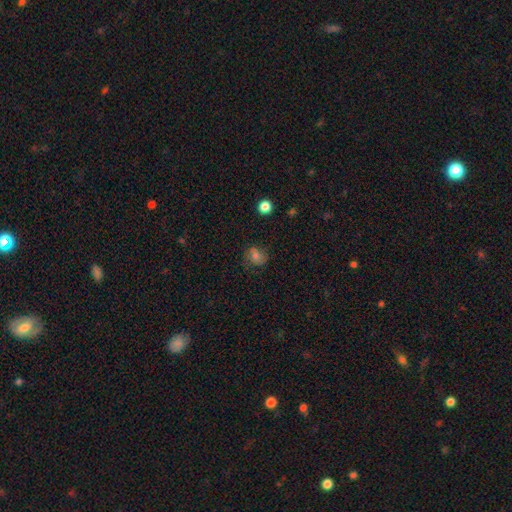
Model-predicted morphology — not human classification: type=smooth (64%); roundness=round (66%); merging=none (65%).